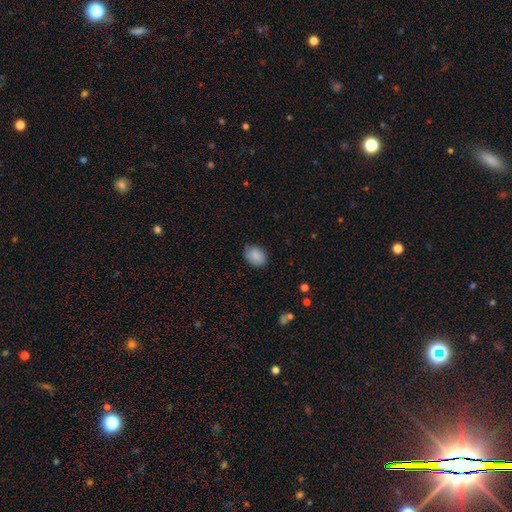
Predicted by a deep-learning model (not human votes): smooth_or_featured: smooth (p=0.86) [alt: star or artifact p=0.07]
how_rounded: in between (p=0.67) [alt: round p=0.32]
merging: none (p=0.73) [alt: minor disturbance p=0.22]